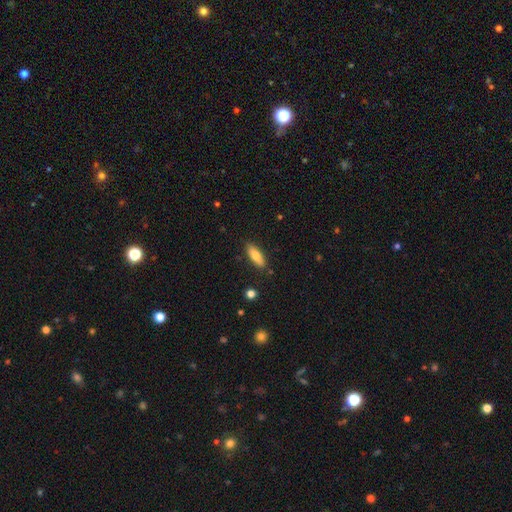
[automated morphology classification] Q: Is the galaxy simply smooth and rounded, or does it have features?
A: smooth — 75%.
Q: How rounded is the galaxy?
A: in between — 61%.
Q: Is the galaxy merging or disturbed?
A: none — 85%.